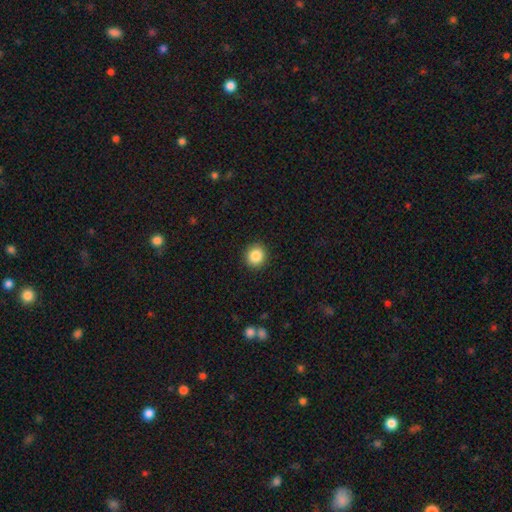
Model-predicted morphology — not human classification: A smooth galaxy with no disk features (87%) that is round (90%).

Vote fractions:
- Smooth or featured? smooth: 87% / star or artifact: 9% / featured or disk: 4%
- How rounded? round: 90% / in between: 9% / cigar-shaped: 1%
- Merging? none: 92% / minor disturbance: 5% / major disturbance: 2% / merger: 1%